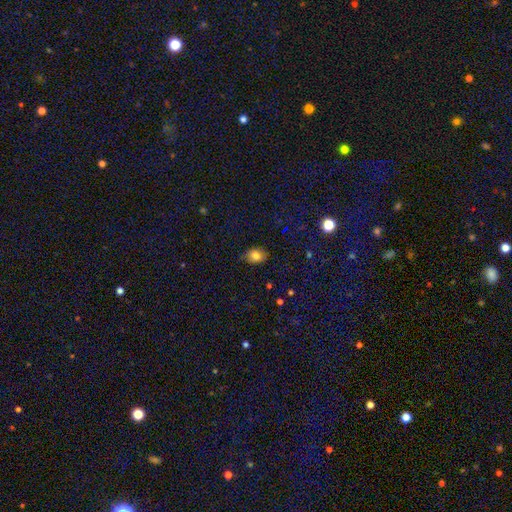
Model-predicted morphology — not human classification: The model was most divided on "how rounded": in between: 65%, round: 34%, cigar-shaped: 1%. More confident: smooth or featured — smooth (79%); merging — none (72%).